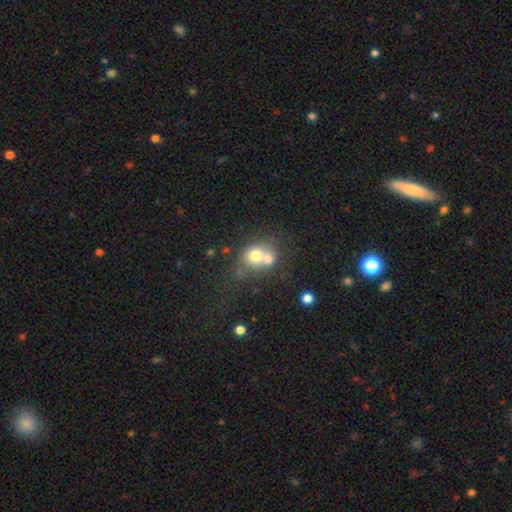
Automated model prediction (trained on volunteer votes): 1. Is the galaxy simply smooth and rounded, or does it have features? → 66% smooth, 23% featured or disk, 11% star or artifact.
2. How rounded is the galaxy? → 69% round, 30% in between, 1% cigar-shaped.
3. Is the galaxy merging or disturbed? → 60% merger, 27% none, 8% minor disturbance, 5% major disturbance.